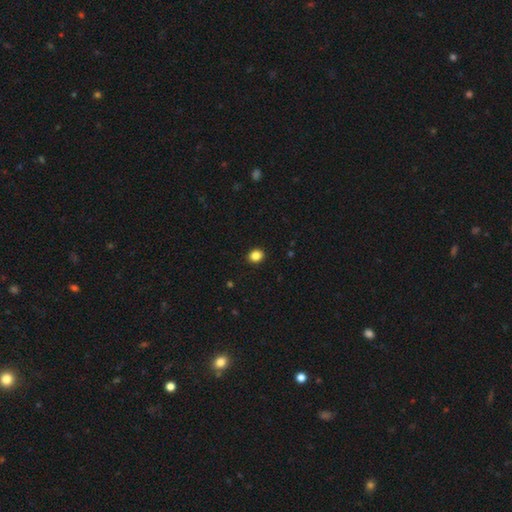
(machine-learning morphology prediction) A smooth galaxy with no disk features (86%) that is round (69%). Merging: none (92%).